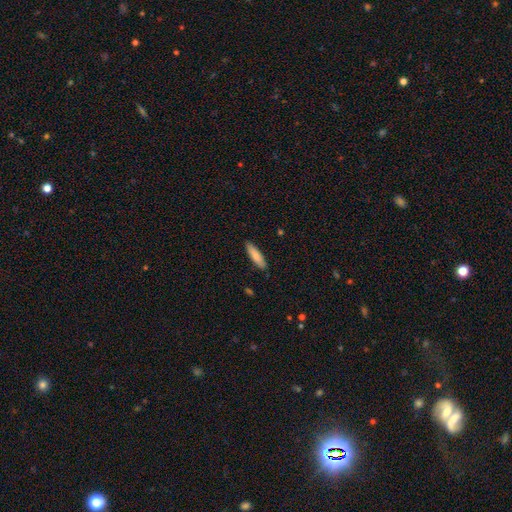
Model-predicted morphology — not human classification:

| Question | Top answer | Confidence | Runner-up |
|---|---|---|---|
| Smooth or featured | smooth | 80% | featured or disk (14%) |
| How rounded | cigar-shaped | 71% | in between (28%) |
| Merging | none | 88% | minor disturbance (9%) |